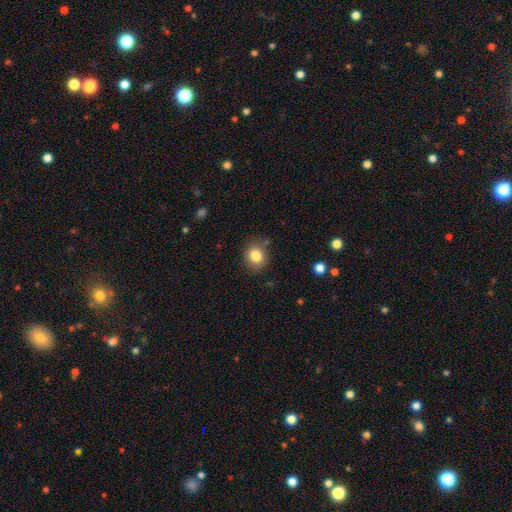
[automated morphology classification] The model was most divided on "how rounded": round: 69%, in between: 30%, cigar-shaped: 1%. More confident: smooth or featured — smooth (83%); merging — none (80%).